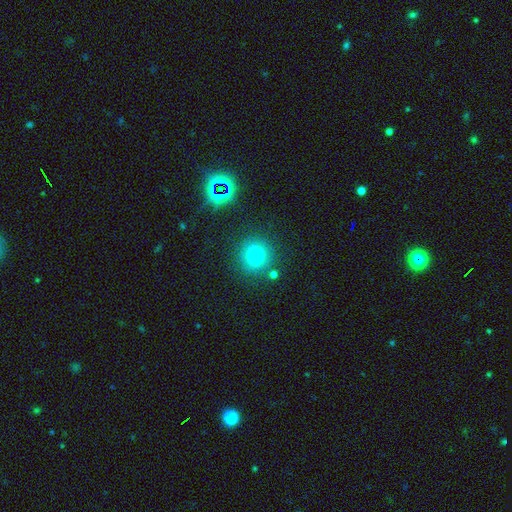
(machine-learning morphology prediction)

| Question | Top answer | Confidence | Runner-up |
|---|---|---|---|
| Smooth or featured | smooth | 75% | star or artifact (16%) |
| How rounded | round | 92% | in between (7%) |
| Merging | none | 83% | minor disturbance (9%) |